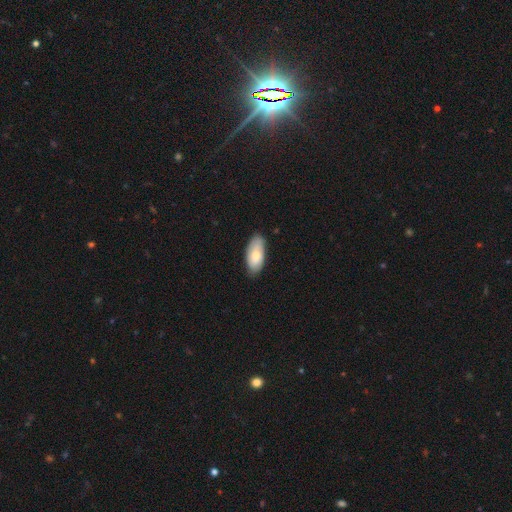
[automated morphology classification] Smooth or featured? smooth (71%)
How rounded? in between (91%)
Merging? none (78%)